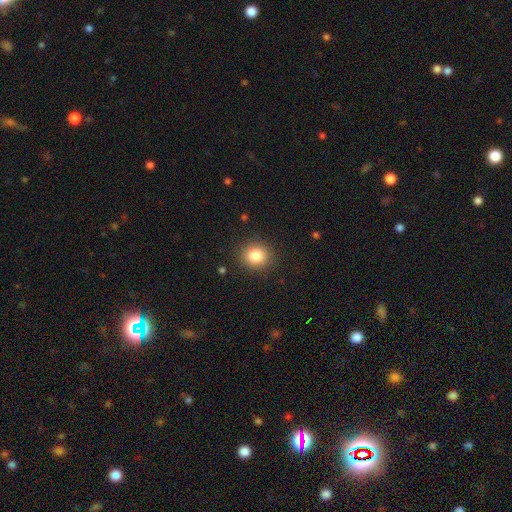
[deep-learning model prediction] This appears to be a smooth galaxy with no disk features (83%) that is round (85%). Merging: none (89%).